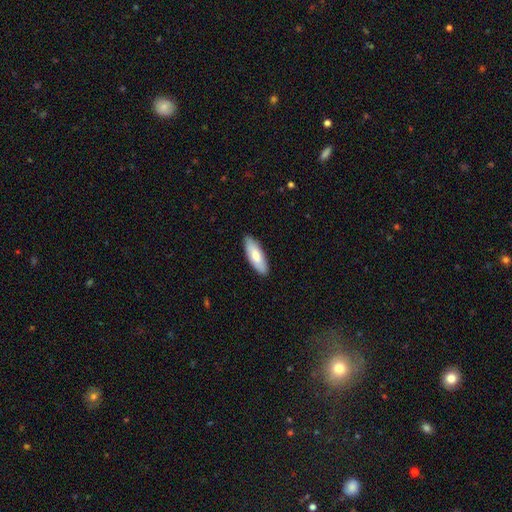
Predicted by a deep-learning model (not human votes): Morphology: type=smooth (73%); roundness=in between (65%); merging=none (88%).